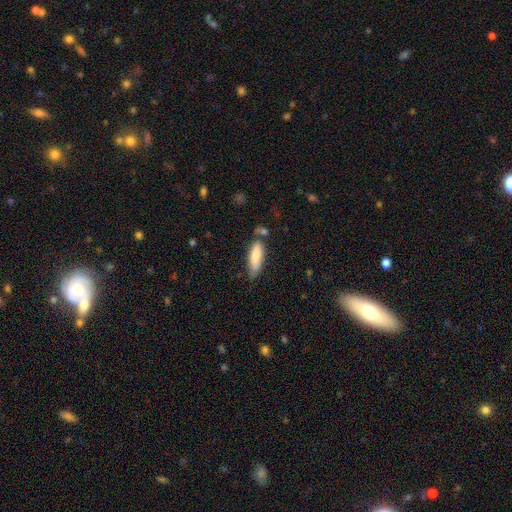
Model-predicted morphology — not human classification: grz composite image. It shows a smooth galaxy with no disk features (79%) that is cigar-shaped (53%). Merging: none (62%).